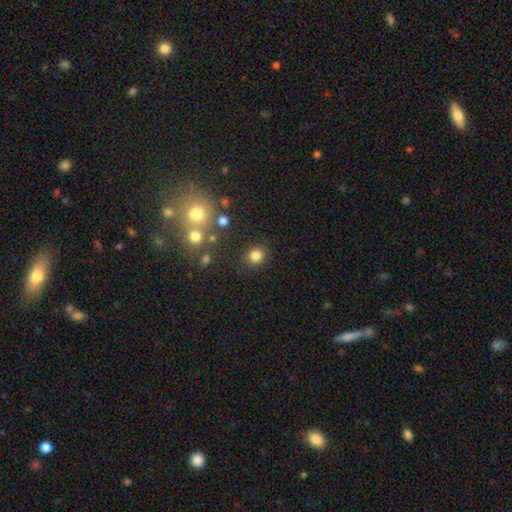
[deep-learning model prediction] This is clearly a smooth galaxy (82%). How rounded: clearly round (82%). Merging: clearly none (86%).